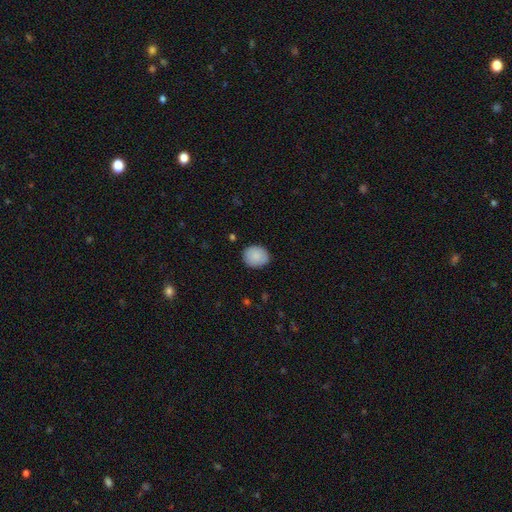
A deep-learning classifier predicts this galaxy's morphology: The model was most divided on "how rounded": round: 63%, in between: 36%, cigar-shaped: 1%. More confident: smooth or featured — smooth (87%); merging — none (86%).